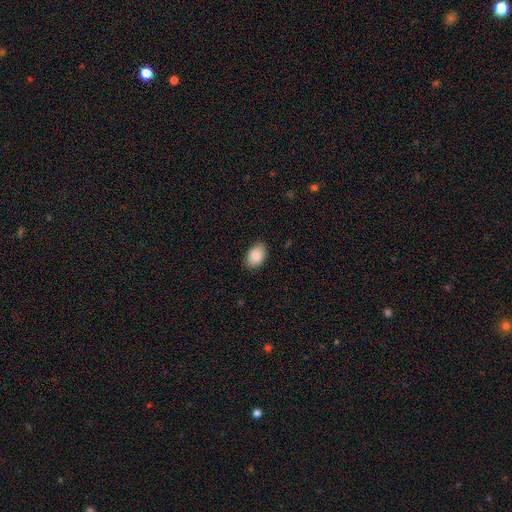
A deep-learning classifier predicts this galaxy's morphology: A smooth galaxy with no disk features (89%) that is in between round and cigar-shaped (90%). Merging: none (86%).